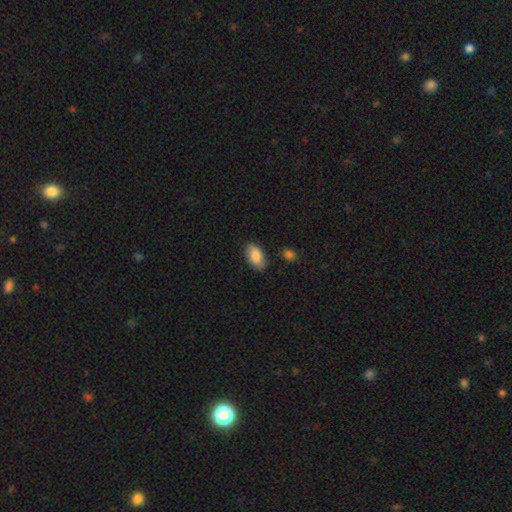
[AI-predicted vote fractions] smooth-or-featured: smooth: 86% | featured or disk: 7% | star or artifact: 7%
  how-rounded: in between: 94% | round: 4% | cigar-shaped: 2%
  merging: none: 82% | minor disturbance: 13% | major disturbance: 3% | merger: 2%